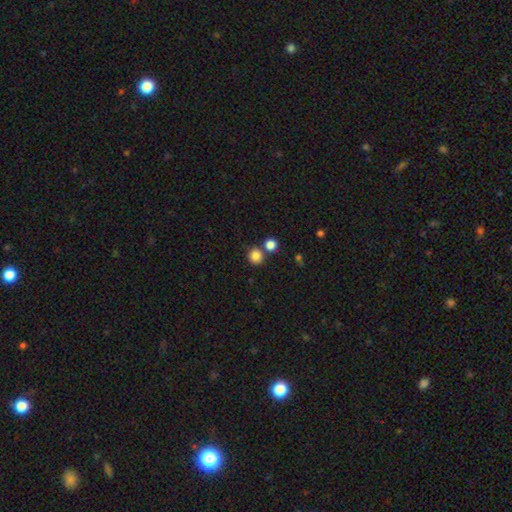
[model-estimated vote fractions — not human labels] A smooth galaxy with no disk features (84%) that is round (92%).

Vote fractions:
- Smooth or featured? smooth: 84% / star or artifact: 11% / featured or disk: 5%
- How rounded? round: 92% / in between: 7% / cigar-shaped: 1%
- Merging? none: 74% / merger: 17% / minor disturbance: 7% / major disturbance: 2%